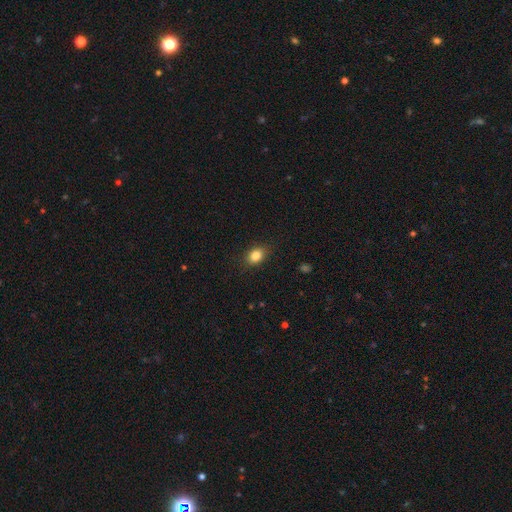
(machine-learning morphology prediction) smooth 84%, star or artifact 10%, featured or disk 6%. Down the decision tree: how rounded — in between (69%); merging — none (84%).